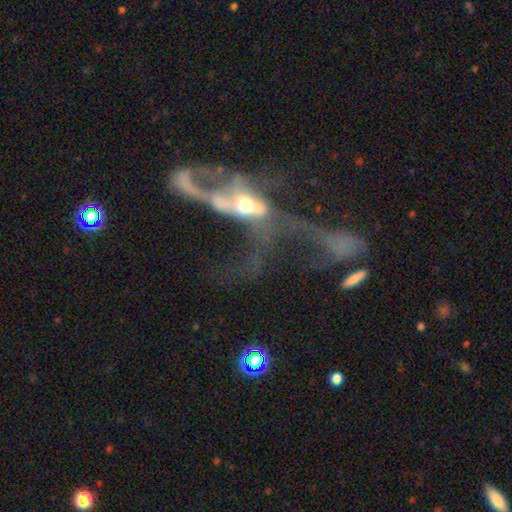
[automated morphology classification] type=featured or disk (73%); edge-on=no (90%); bar=no (64%); spiral arms=yes (58%); bulge=moderate (52%); merging=merger (44%).